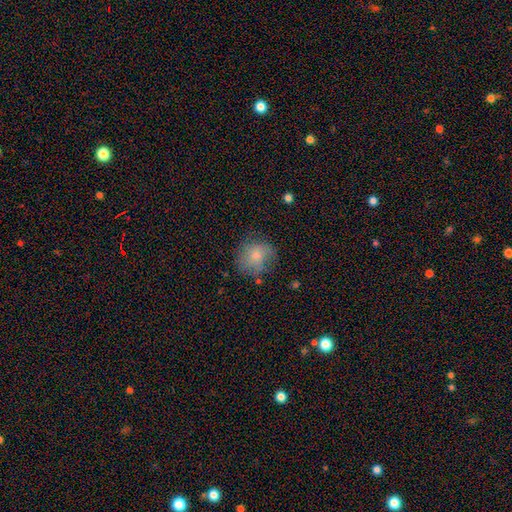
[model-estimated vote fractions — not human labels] Smooth or featured: smooth — 73% (featured or disk — 18%)
How rounded: round — 85% (in between — 14%)
Merging: none — 66% (minor disturbance — 23%)